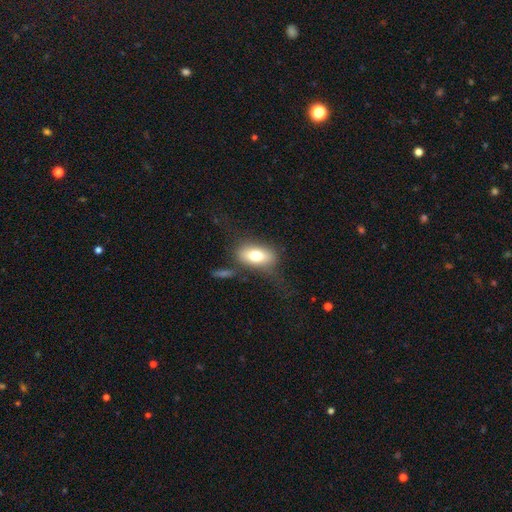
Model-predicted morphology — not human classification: Smooth or featured: smooth — 72% (featured or disk — 20%)
How rounded: in between — 87% (round — 8%)
Merging: none — 61% (minor disturbance — 20%)